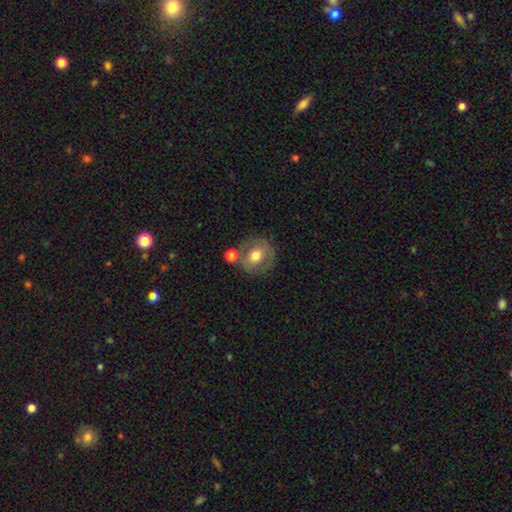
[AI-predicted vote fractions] The model was most divided on "smooth or featured": smooth: 54%, featured or disk: 37%, star or artifact: 8%. More confident: how rounded — round (82%); merging — none (64%).